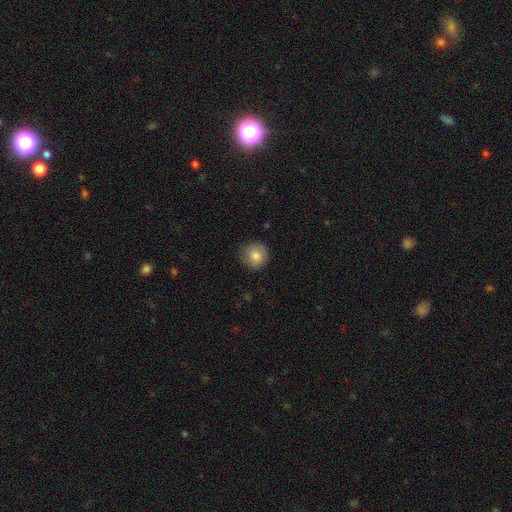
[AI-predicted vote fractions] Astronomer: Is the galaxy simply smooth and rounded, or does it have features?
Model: smooth — 83%.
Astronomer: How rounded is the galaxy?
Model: round — 91%.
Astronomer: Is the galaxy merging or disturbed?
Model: none — 80%.